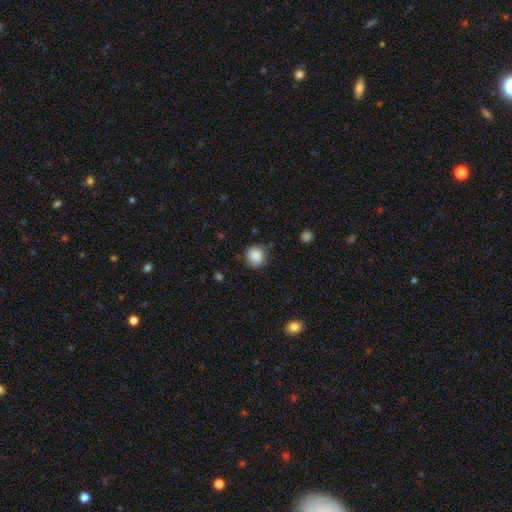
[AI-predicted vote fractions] Smooth or featured?
  - smooth: 86% *
  - star or artifact: 9%
  - featured or disk: 5%
How rounded?
  - round: 81% *
  - in between: 18%
  - cigar-shaped: 1%
Merging?
  - none: 73% *
  - minor disturbance: 20%
  - major disturbance: 4%
  - merger: 2%